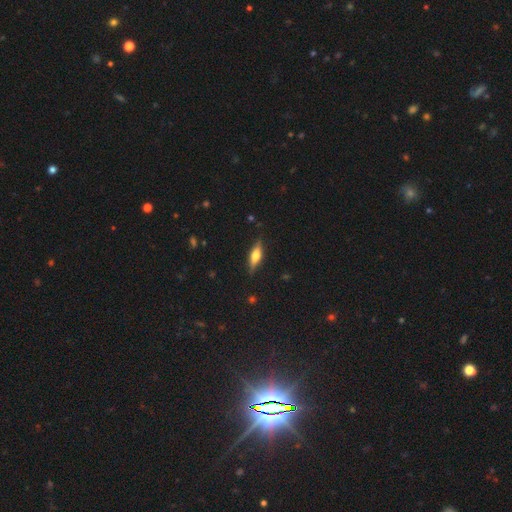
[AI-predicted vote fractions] A featured or disk galaxy (52%) viewed edge-on (92%). Merging: none (87%).